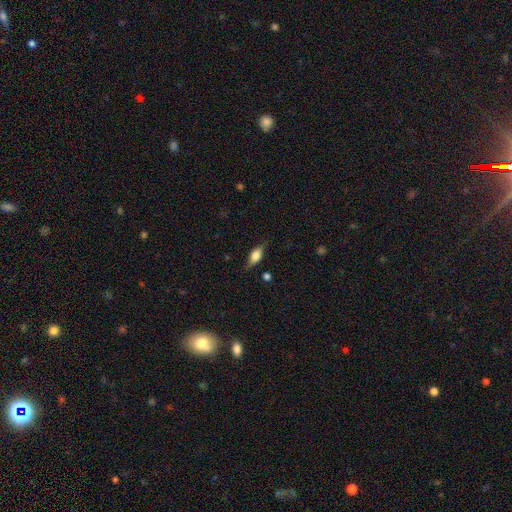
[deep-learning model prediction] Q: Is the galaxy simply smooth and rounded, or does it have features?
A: smooth — 65%.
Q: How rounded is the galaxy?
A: in between — 81%.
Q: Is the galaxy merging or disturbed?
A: none — 73%.